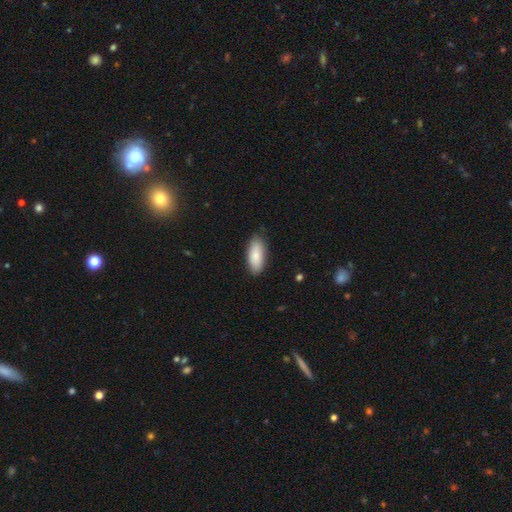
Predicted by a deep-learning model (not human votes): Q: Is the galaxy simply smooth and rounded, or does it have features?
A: smooth — 85%.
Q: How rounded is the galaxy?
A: in between — 81%.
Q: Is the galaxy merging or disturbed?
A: none — 85%.